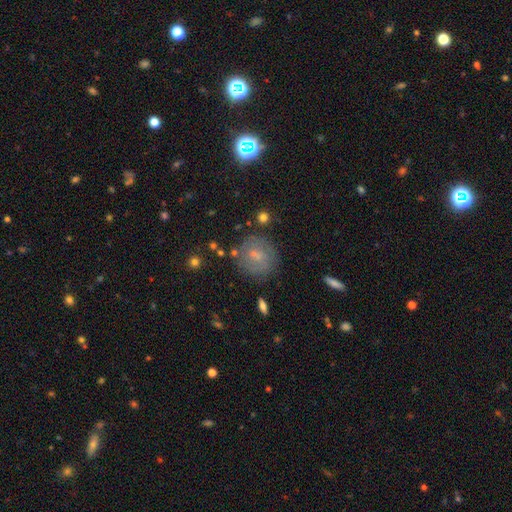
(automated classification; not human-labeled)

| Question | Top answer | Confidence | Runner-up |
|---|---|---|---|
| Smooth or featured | smooth | 47% | featured or disk (33%) |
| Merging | none | 80% | minor disturbance (13%) |